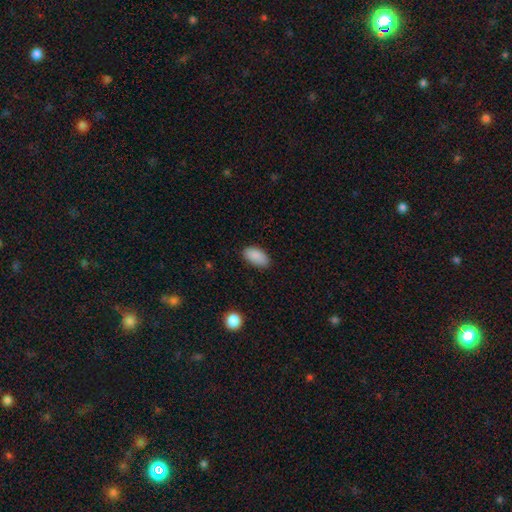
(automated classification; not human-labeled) Smooth or featured: smooth — 89% (star or artifact — 7%)
How rounded: in between — 94% (round — 3%)
Merging: none — 82% (minor disturbance — 14%)